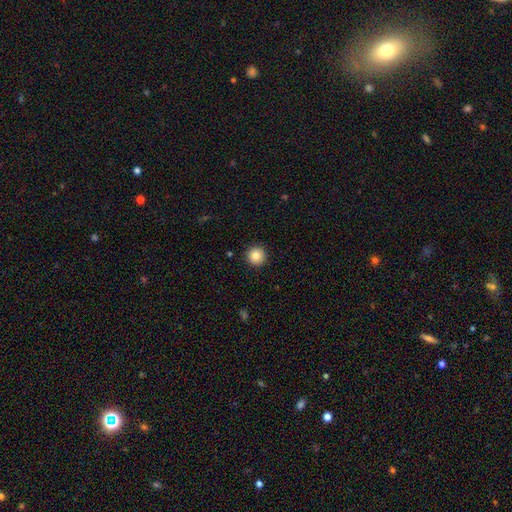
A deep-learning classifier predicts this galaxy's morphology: Smooth or featured: smooth — 83% (star or artifact — 10%)
How rounded: round — 96% (in between — 3%)
Merging: none — 93% (minor disturbance — 5%)